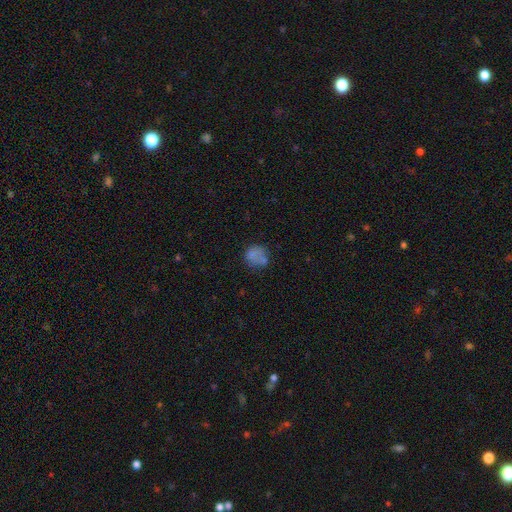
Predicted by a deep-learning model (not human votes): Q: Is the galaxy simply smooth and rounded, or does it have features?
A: smooth — 73%.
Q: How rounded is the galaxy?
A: round — 81%.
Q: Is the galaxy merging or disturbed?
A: none — 53%.